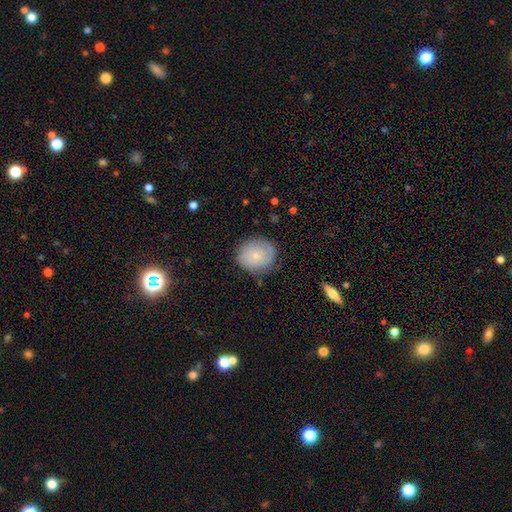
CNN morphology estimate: A smooth galaxy with no disk features (62%) that is round (72%).

Vote fractions:
- Smooth or featured? smooth: 62% / featured or disk: 30% / star or artifact: 7%
- How rounded? round: 72% / in between: 27% / cigar-shaped: 1%
- Merging? none: 77% / minor disturbance: 17% / major disturbance: 4% / merger: 1%